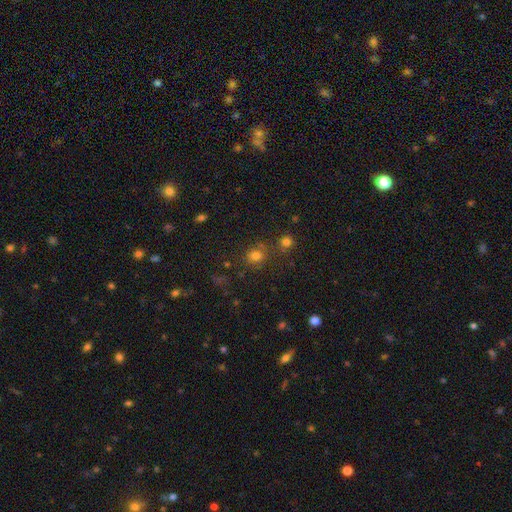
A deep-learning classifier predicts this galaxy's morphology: Smooth or featured?
  - smooth: 72% *
  - star or artifact: 21%
  - featured or disk: 7%
How rounded?
  - round: 74% *
  - in between: 24%
  - cigar-shaped: 1%
Merging?
  - none: 70% *
  - minor disturbance: 12%
  - merger: 12%
  - major disturbance: 5%